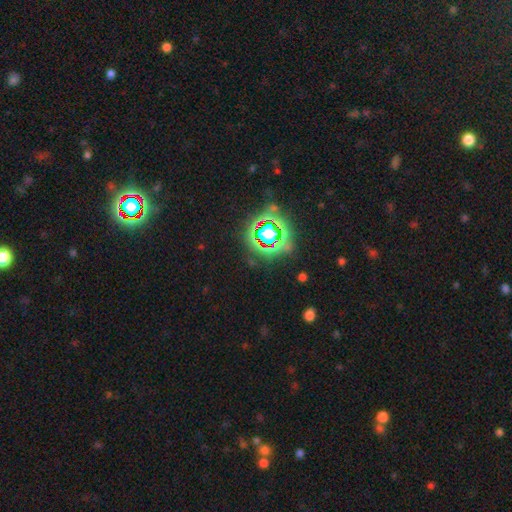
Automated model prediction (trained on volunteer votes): The model was most divided on "smooth or featured": star or artifact: 81%, smooth: 11%, featured or disk: 8%.